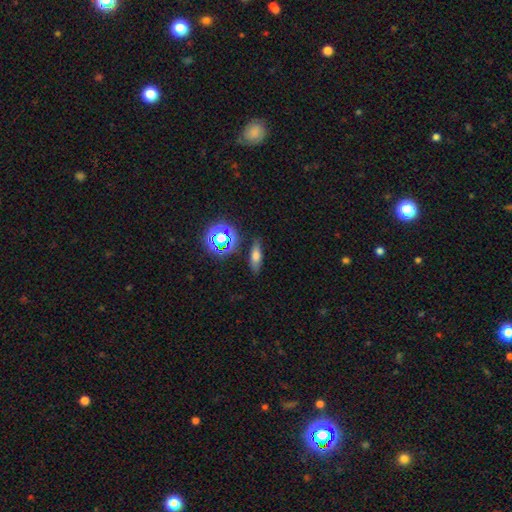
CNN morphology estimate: smooth_or_featured: smooth (p=0.63) [alt: star or artifact p=0.19]
how_rounded: in between (p=0.53) [alt: cigar-shaped p=0.38]
merging: none (p=0.83) [alt: minor disturbance p=0.11]